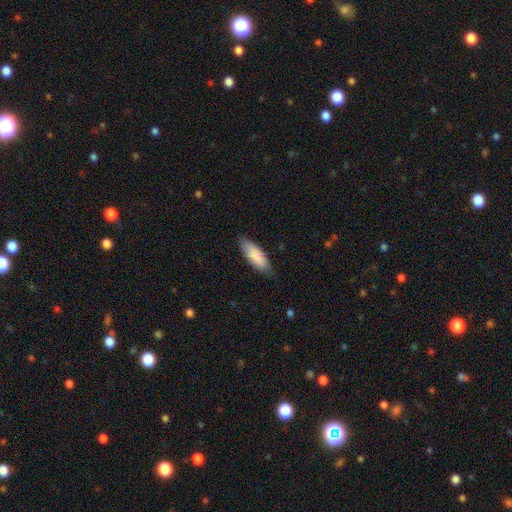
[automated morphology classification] Overall: smooth (84%). How rounded: in between (65%; cigar-shaped 34%). Merging: none (80%).